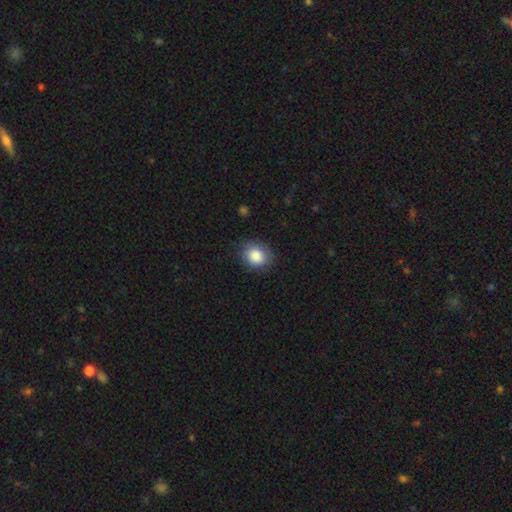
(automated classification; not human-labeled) smooth_or_featured: smooth (p=0.87) [alt: star or artifact p=0.08]
how_rounded: round (p=0.66) [alt: in between p=0.33]
merging: none (p=0.84) [alt: minor disturbance p=0.12]